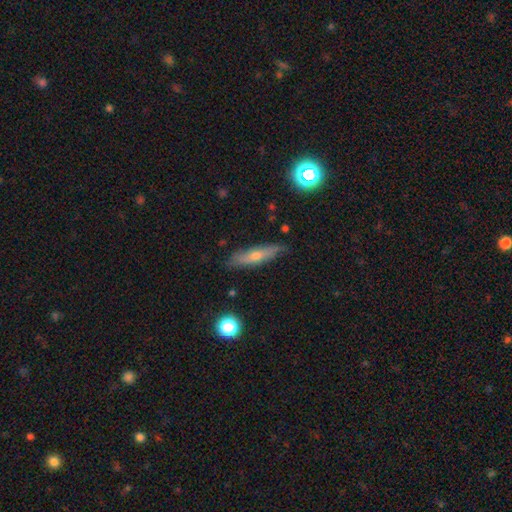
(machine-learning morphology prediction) Smooth or featured? smooth (48%)
Merging? none (82%)